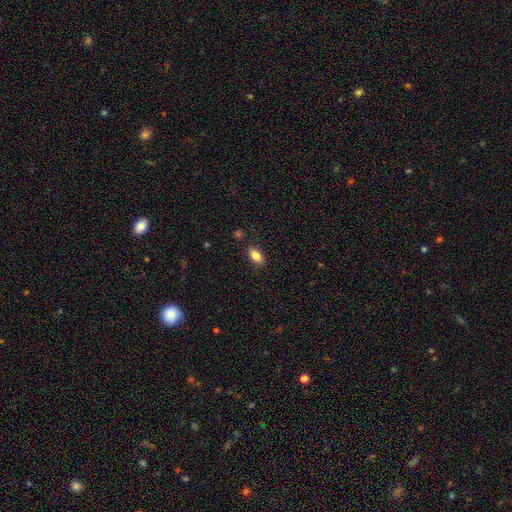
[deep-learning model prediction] Smooth or featured? Predicted: smooth (p=0.84). How rounded? Predicted: in between (p=0.89). Merging? Predicted: none (p=0.86).